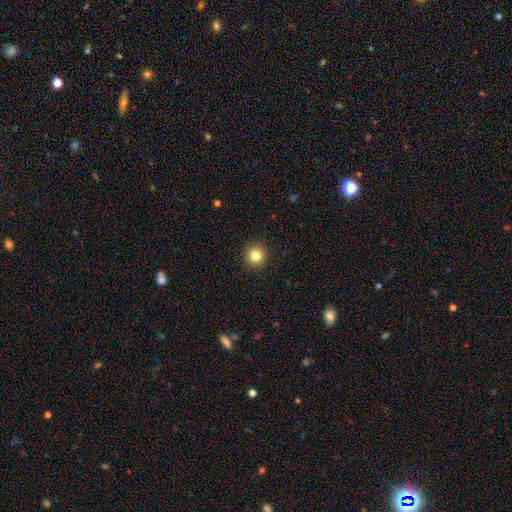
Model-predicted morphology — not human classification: This appears to be a smooth galaxy with no disk features (83%) that is round (93%). Merging: none (92%).